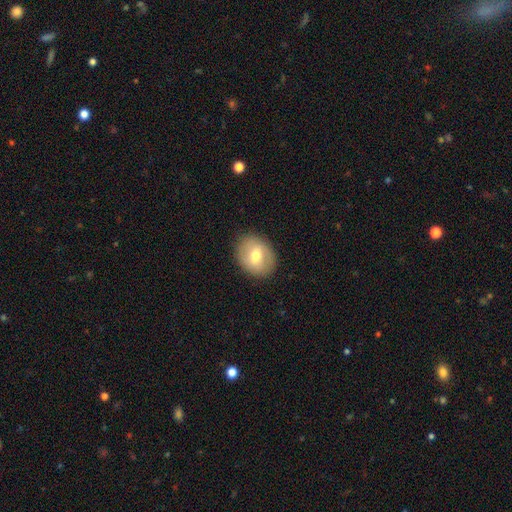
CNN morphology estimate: smooth 57%, featured or disk 35%, star or artifact 8%. Down the decision tree: how rounded — in between (52%); merging — none (85%).